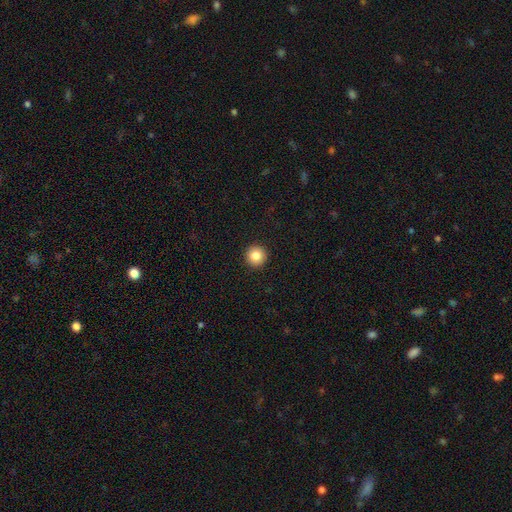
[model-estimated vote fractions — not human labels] Smooth or featured? Predicted: smooth (p=0.84). How rounded? Predicted: round (p=0.96). Merging? Predicted: none (p=0.93).